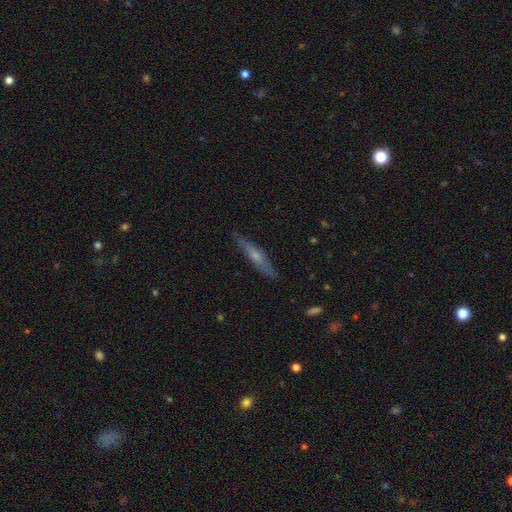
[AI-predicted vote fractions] Smooth or featured?
  - featured or disk: 53% *
  - smooth: 41%
  - star or artifact: 6%
Edge-on disk?
  - yes: 85% *
  - no: 15%
Merging?
  - none: 82% *
  - minor disturbance: 14%
  - major disturbance: 2%
  - merger: 1%